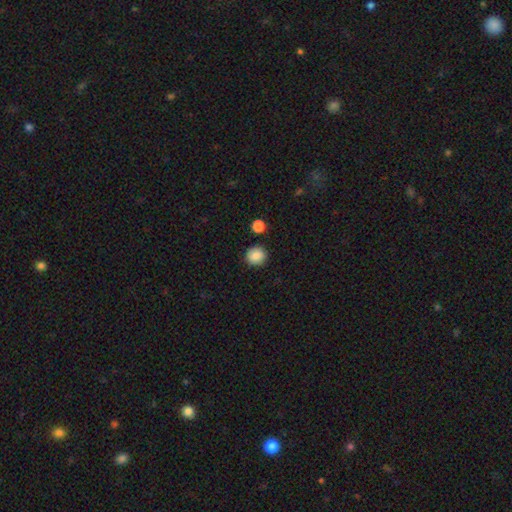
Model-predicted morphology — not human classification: Overall: smooth (88%). How rounded: round (91%). Merging: none (89%).